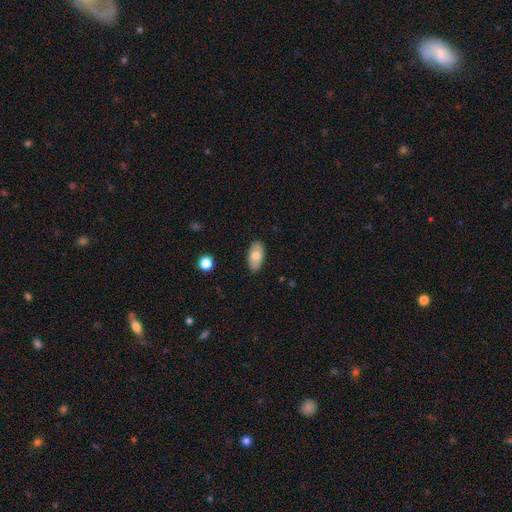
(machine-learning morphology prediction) Q: Smooth or featured?
A: smooth (73%); runner-up: featured or disk (20%)
Q: How rounded?
A: in between (93%); runner-up: round (4%)
Q: Merging?
A: none (86%); runner-up: minor disturbance (10%)